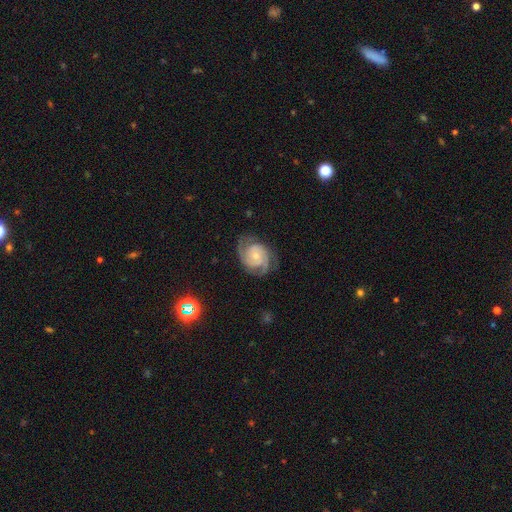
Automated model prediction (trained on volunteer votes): A featured or disk galaxy (86%) with no bar (70%), 2 (55%) tight (51%) spiral arms (97%) and a small central bulge (67%). Merging: none (73%).